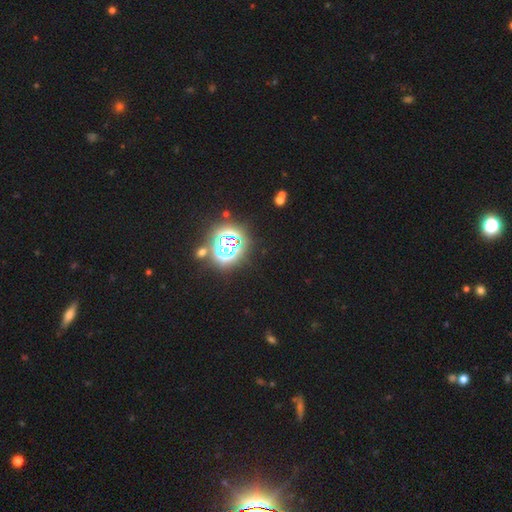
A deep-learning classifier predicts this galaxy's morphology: type=star or artifact (78%).